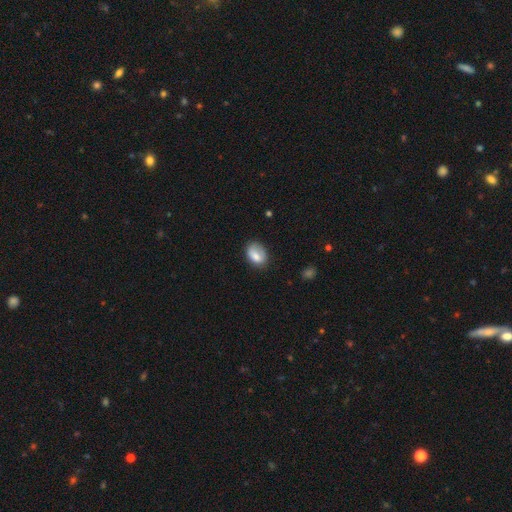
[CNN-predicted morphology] smooth_or_featured: smooth (p=0.77) [alt: featured or disk p=0.15]
how_rounded: in between (p=0.80) [alt: round p=0.18]
merging: none (p=0.68) [alt: minor disturbance p=0.24]